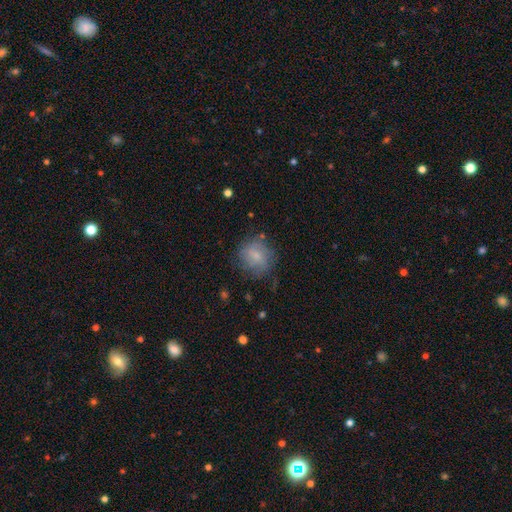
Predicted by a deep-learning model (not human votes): This is likely a smooth galaxy (64%). How rounded: likely round (79%). Merging: likely none (67%).